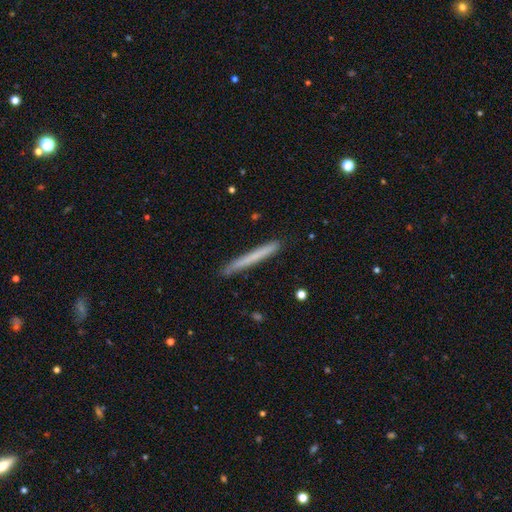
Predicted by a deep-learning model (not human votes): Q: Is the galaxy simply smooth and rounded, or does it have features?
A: smooth — 64%.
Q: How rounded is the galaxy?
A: cigar-shaped — 97%.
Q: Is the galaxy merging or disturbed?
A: none — 88%.